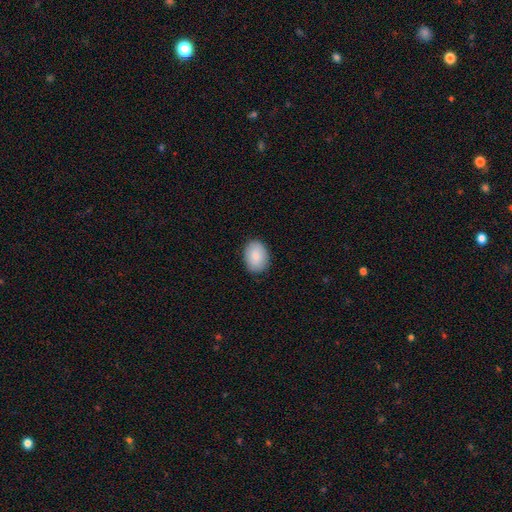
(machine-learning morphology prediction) Smooth or featured: smooth — 87% (star or artifact — 6%)
How rounded: in between — 75% (round — 24%)
Merging: none — 87% (minor disturbance — 10%)